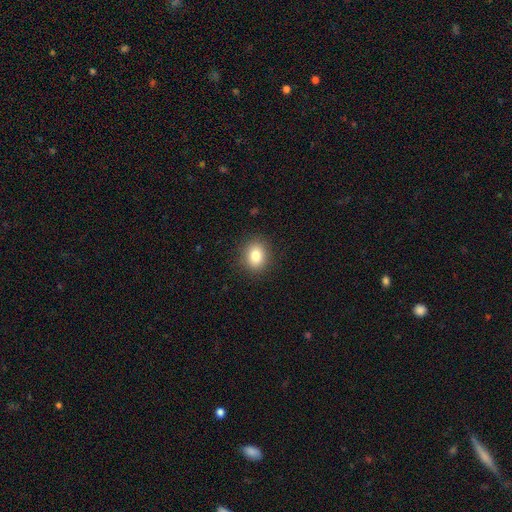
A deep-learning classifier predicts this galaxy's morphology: Smooth or featured? Predicted: smooth (p=0.83). How rounded? Predicted: round (p=0.55). Merging? Predicted: none (p=0.89).